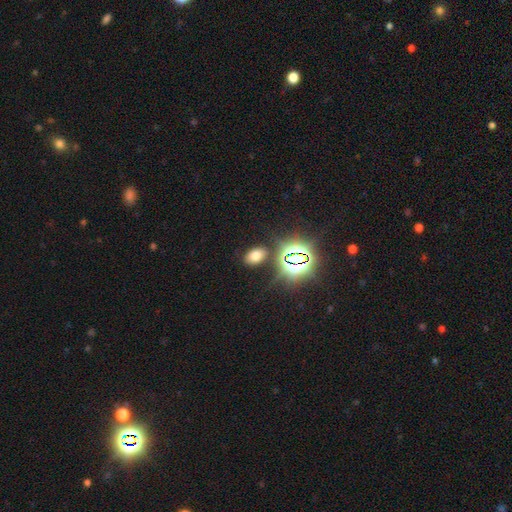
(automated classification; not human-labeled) smooth 60%, star or artifact 31%, featured or disk 9%. Down the decision tree: how rounded — in between (84%); merging — none (83%).